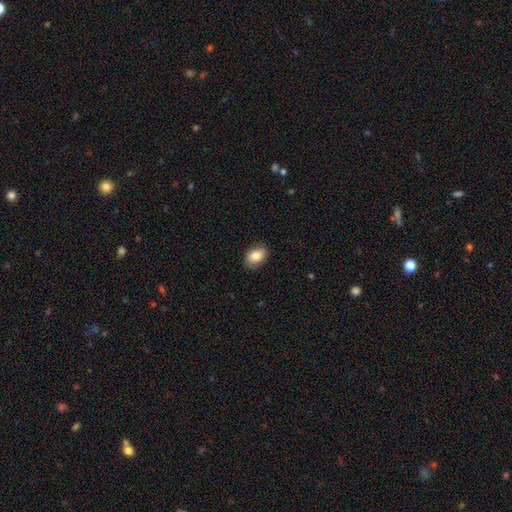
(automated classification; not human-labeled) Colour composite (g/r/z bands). It shows a smooth galaxy with no disk features (82%) that is in between round and cigar-shaped (83%). Merging: none (84%).